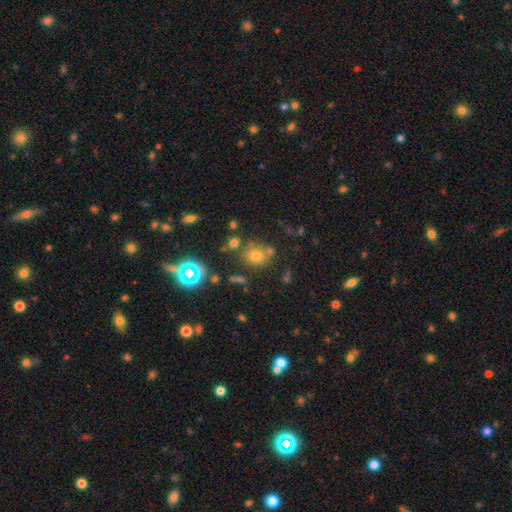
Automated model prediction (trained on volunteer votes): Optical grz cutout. It shows a smooth galaxy with no disk features (60%) that is round (68%). Merging: none (69%).